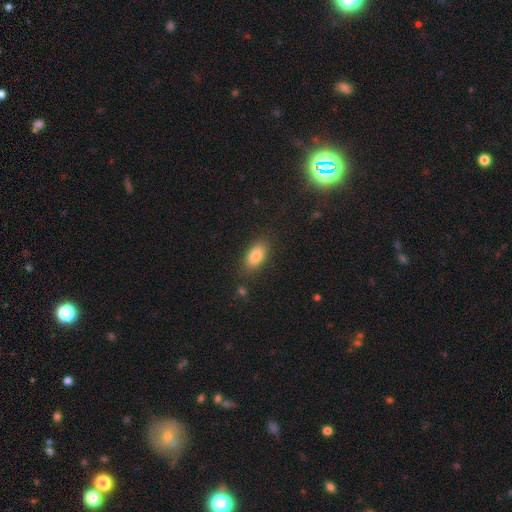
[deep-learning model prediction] Smooth or featured? Predicted: smooth (p=0.83). How rounded? Predicted: in between (p=0.90). Merging? Predicted: none (p=0.84).